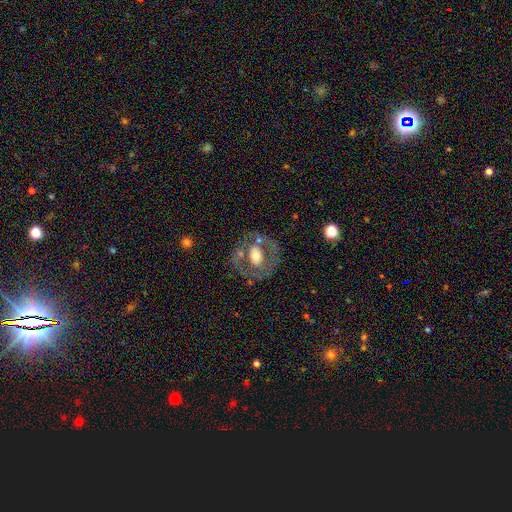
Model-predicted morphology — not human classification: type=featured or disk (58%); edge-on=no (94%); bar=no (68%); spiral arms=no (79%); bulge=moderate (58%); merging=none (68%).